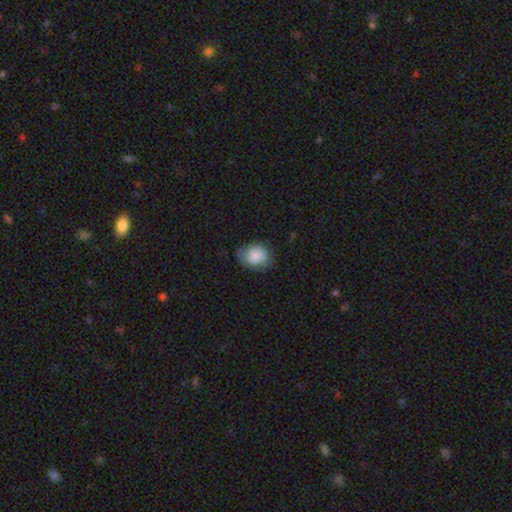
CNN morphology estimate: The model was most divided on "how rounded": round: 54%, in between: 45%, cigar-shaped: 1%. More confident: smooth or featured — smooth (80%); merging — none (63%).